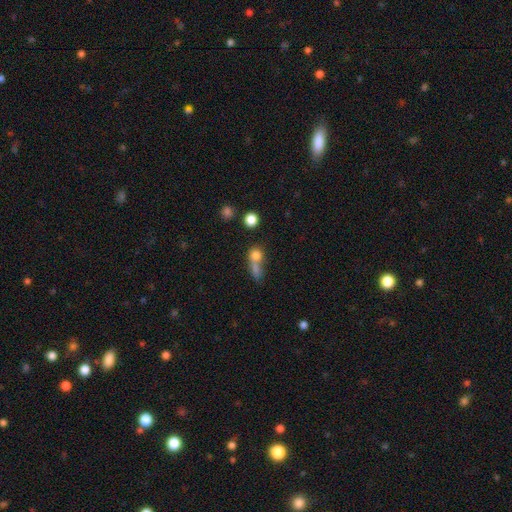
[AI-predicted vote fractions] Overall: smooth (74%). How rounded: round (70%). Merging: merger (53%; none 32%).